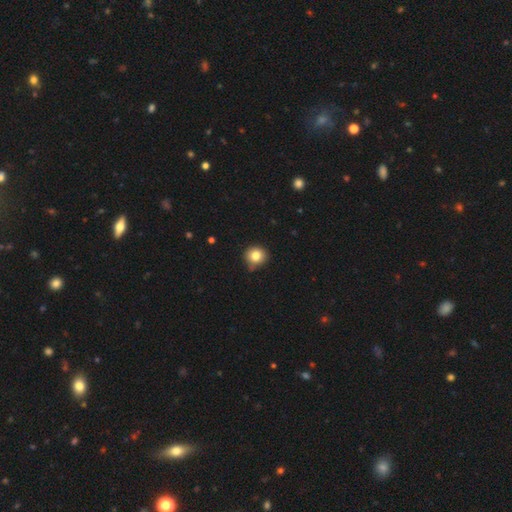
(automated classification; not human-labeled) Q: Smooth or featured?
A: smooth (81%); runner-up: star or artifact (11%)
Q: How rounded?
A: round (90%); runner-up: in between (9%)
Q: Merging?
A: none (81%); runner-up: minor disturbance (14%)